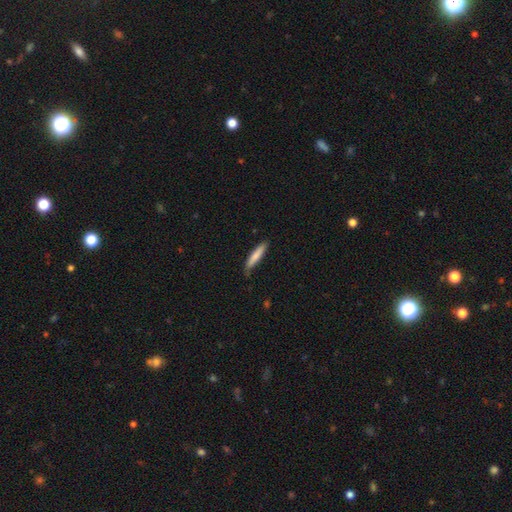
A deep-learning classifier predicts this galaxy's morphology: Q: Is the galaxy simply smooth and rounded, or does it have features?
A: smooth — 78%.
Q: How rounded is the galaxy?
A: cigar-shaped — 89%.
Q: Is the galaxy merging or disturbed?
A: none — 78%.